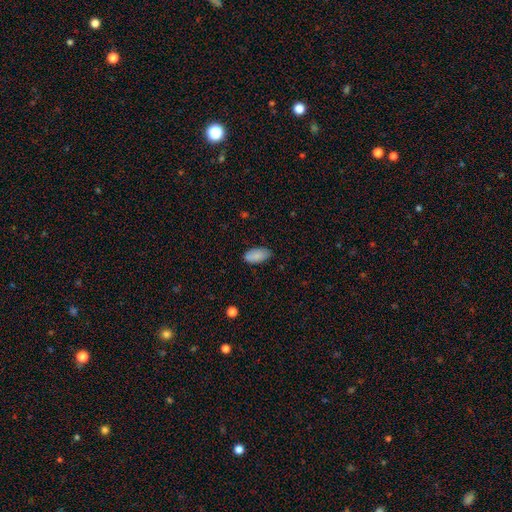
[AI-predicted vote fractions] This is clearly a smooth galaxy (87%). How rounded: clearly in between (93%). Merging: clearly none (80%).